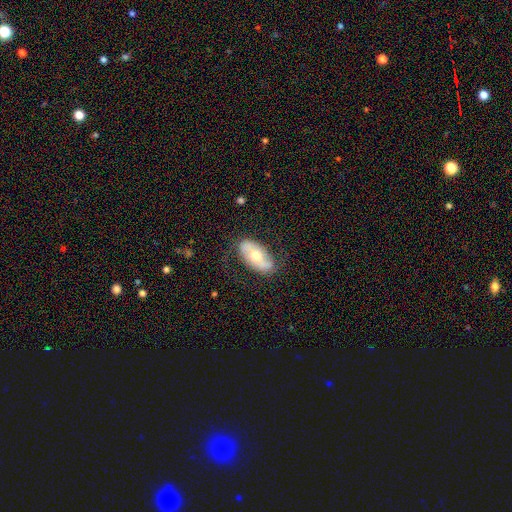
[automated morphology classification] A featured or disk galaxy (54%). Merging: none (76%).